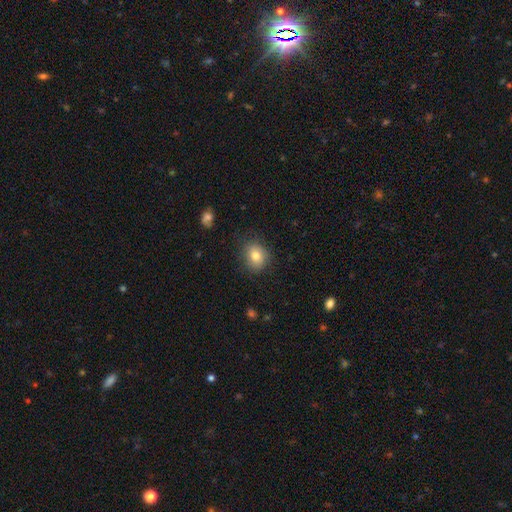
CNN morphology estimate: This is clearly a smooth galaxy (81%). How rounded: possibly round (59%). Merging: clearly none (80%).